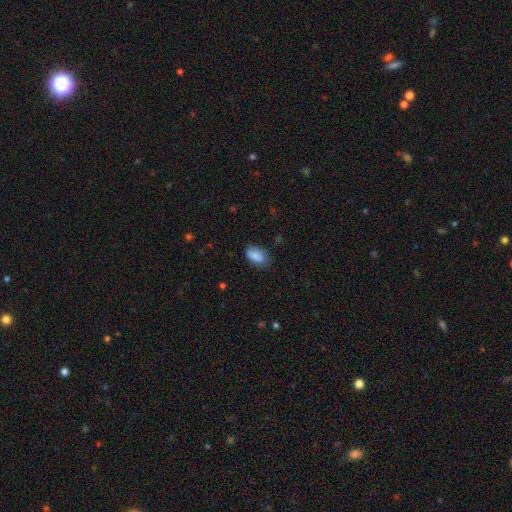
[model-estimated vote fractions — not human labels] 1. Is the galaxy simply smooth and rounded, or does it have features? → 86% smooth, 7% featured or disk, 7% star or artifact.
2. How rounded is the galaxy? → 93% in between, 5% round, 2% cigar-shaped.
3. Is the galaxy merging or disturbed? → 75% none, 20% minor disturbance, 4% major disturbance, 1% merger.